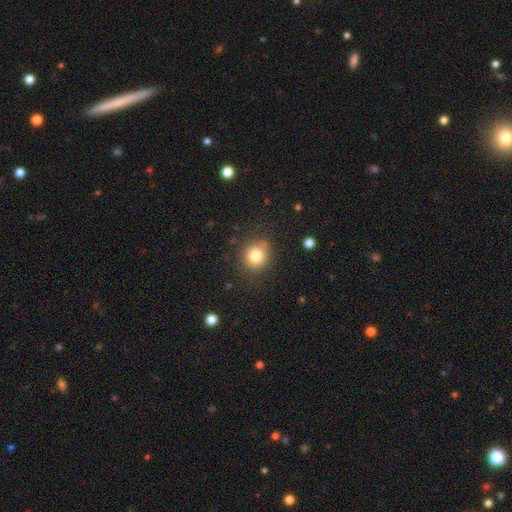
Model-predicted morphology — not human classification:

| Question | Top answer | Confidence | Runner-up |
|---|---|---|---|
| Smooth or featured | smooth | 80% | star or artifact (12%) |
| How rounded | round | 86% | in between (14%) |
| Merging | none | 84% | minor disturbance (10%) |